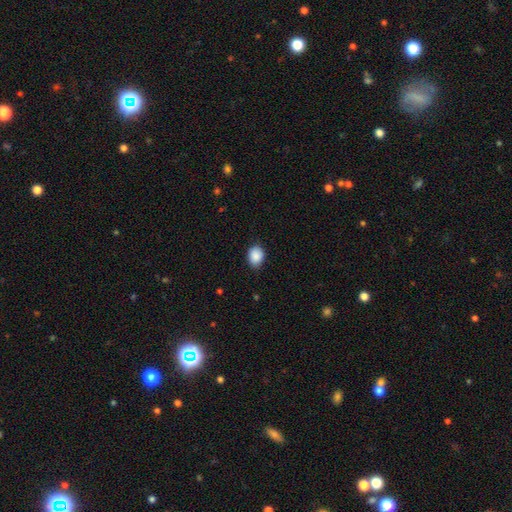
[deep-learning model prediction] Smooth or featured: smooth — 88% (star or artifact — 8%)
How rounded: in between — 62% (round — 37%)
Merging: none — 81% (minor disturbance — 16%)